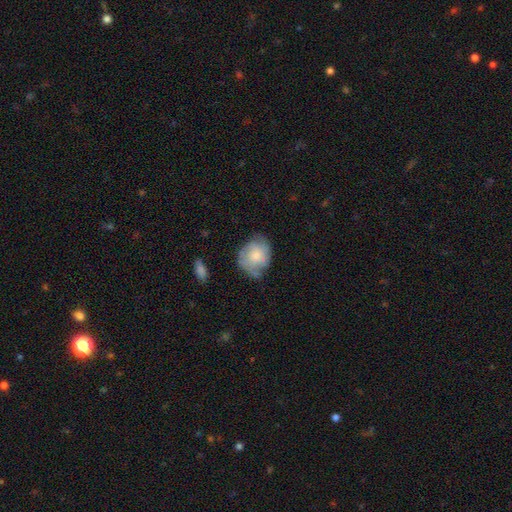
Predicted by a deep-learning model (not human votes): A smooth galaxy with no disk features (55%) that is round (55%). Merging: none (51%).